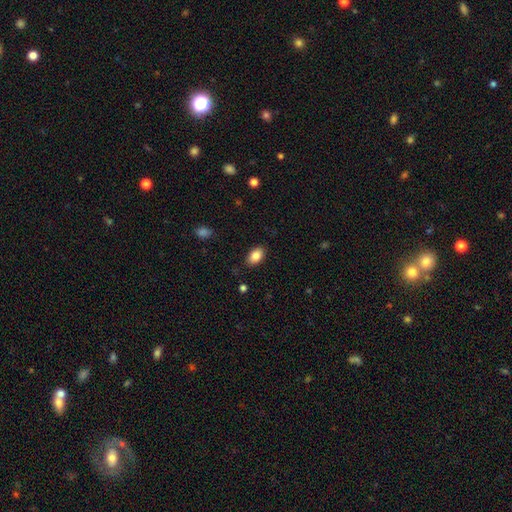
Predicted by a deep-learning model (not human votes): A smooth galaxy with no disk features (85%) that is in between round and cigar-shaped (91%).

Vote fractions:
- Smooth or featured? smooth: 85% / star or artifact: 8% / featured or disk: 7%
- How rounded? in between: 91% / round: 8% / cigar-shaped: 1%
- Merging? none: 86% / minor disturbance: 10% / major disturbance: 2% / merger: 1%